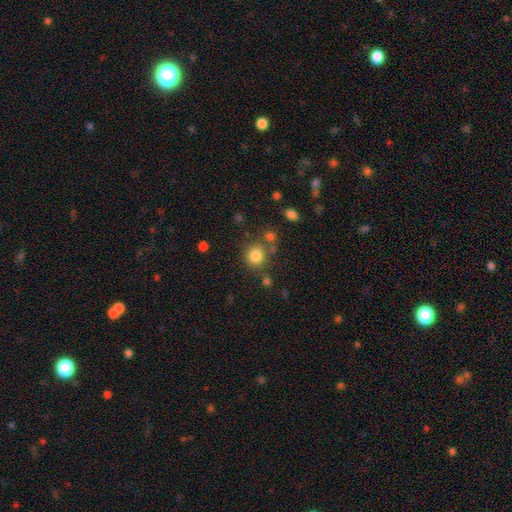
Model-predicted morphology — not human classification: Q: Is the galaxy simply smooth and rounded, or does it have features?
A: smooth — 82%.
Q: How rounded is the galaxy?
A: round — 86%.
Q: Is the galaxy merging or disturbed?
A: none — 74%.